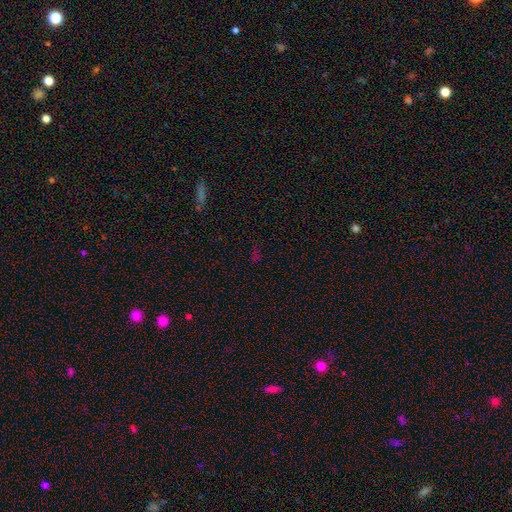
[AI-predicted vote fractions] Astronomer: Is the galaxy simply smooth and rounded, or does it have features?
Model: star or artifact — 61%.